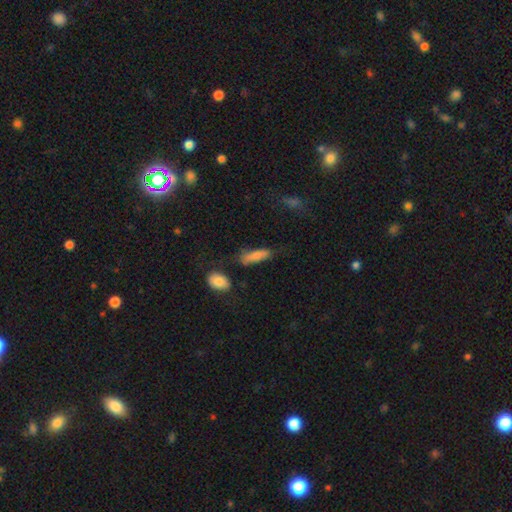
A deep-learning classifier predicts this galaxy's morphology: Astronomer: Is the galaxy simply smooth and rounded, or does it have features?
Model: smooth — 77%.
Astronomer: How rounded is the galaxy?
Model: cigar-shaped — 50% (runner-up: in between, 47%).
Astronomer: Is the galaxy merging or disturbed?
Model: none — 60%.